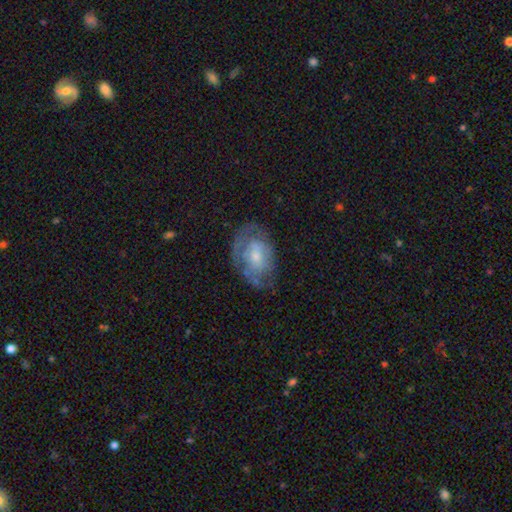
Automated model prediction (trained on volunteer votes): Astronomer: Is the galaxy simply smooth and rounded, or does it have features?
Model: featured or disk — 58% (runner-up: smooth, 34%).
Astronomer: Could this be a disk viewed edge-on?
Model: no — 95%.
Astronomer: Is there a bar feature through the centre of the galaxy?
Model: no — 69%.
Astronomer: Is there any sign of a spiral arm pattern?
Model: yes — 59% (runner-up: no, 41%).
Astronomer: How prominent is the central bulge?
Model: small — 51% (runner-up: moderate, 38%).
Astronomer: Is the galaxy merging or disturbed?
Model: none — 57%.